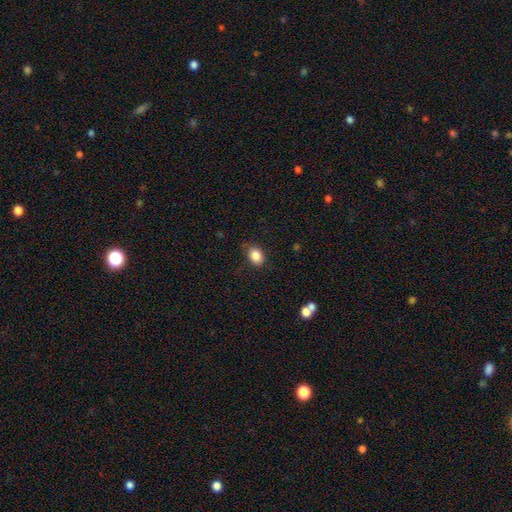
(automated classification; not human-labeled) smooth_or_featured: smooth (p=0.86) [alt: star or artifact p=0.09]
how_rounded: in between (p=0.63) [alt: round p=0.36]
merging: none (p=0.79) [alt: minor disturbance p=0.16]